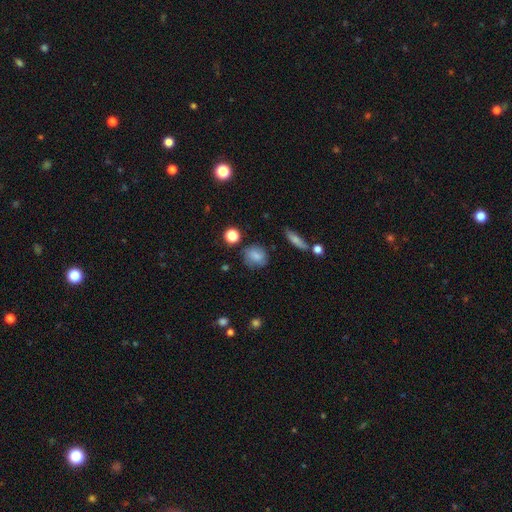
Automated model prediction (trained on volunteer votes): smooth 78%, featured or disk 13%, star or artifact 10%. Down the decision tree: how rounded — round (72%); merging — none (76%).